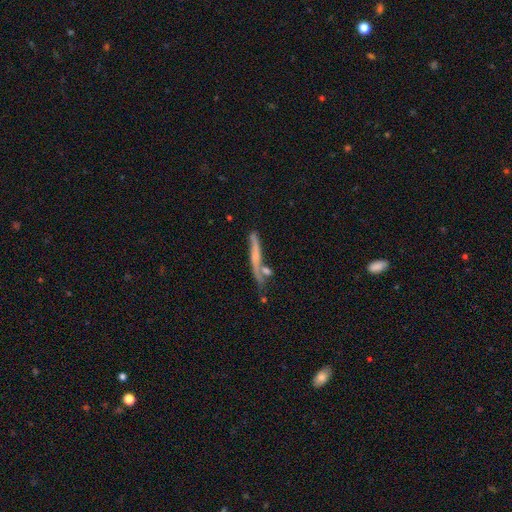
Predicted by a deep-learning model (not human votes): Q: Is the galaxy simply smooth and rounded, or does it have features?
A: featured or disk — 55%.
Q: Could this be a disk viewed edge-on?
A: yes — 80%.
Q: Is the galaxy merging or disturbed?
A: none — 54%.